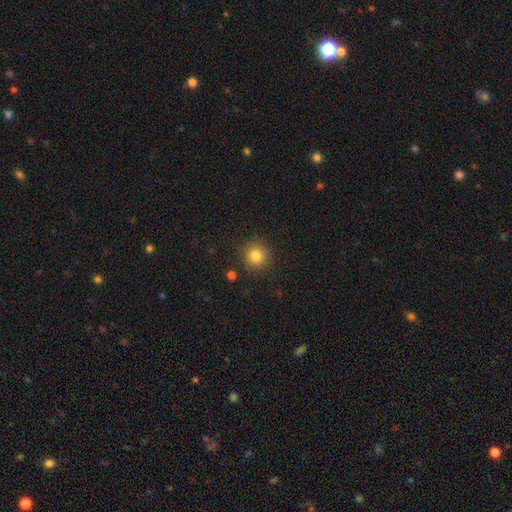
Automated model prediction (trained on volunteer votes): Q: Smooth or featured?
A: smooth (82%); runner-up: star or artifact (12%)
Q: How rounded?
A: round (94%); runner-up: in between (5%)
Q: Merging?
A: none (90%); runner-up: minor disturbance (6%)